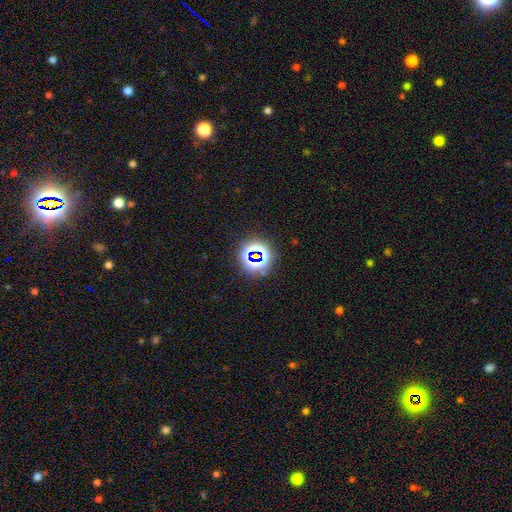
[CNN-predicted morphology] Smooth or featured? star or artifact (71%)